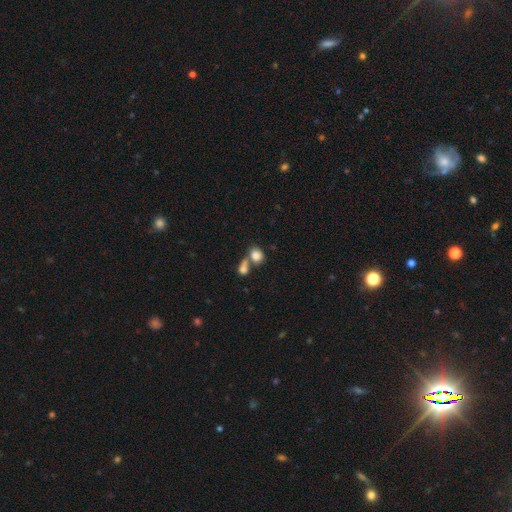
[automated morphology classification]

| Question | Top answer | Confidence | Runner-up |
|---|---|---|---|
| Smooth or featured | smooth | 82% | star or artifact (10%) |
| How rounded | round | 52% | in between (47%) |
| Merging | merger | 51% | none (35%) |